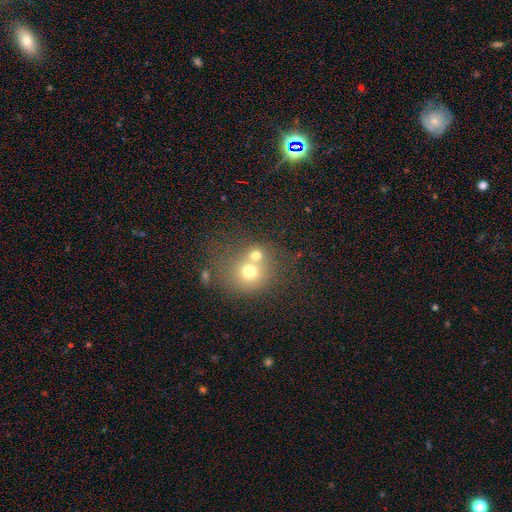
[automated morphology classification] smooth-or-featured: smooth: 66% | featured or disk: 19% | star or artifact: 15%
  how-rounded: round: 80% | in between: 20% | cigar-shaped: 1%
  merging: merger: 53% | none: 36% | minor disturbance: 7% | major disturbance: 4%